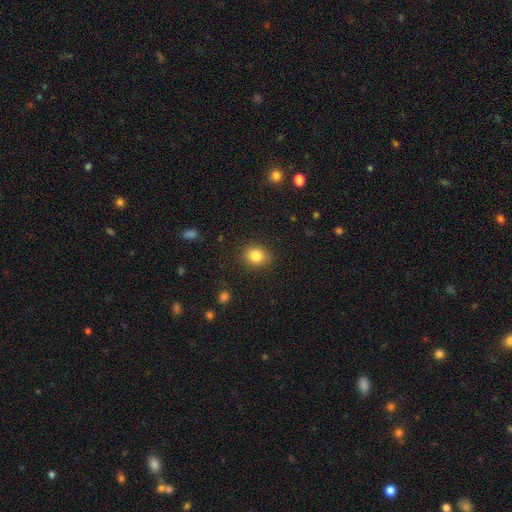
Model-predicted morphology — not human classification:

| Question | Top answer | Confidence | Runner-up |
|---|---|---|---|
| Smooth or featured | smooth | 84% | star or artifact (10%) |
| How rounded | round | 62% | in between (37%) |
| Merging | none | 86% | minor disturbance (10%) |